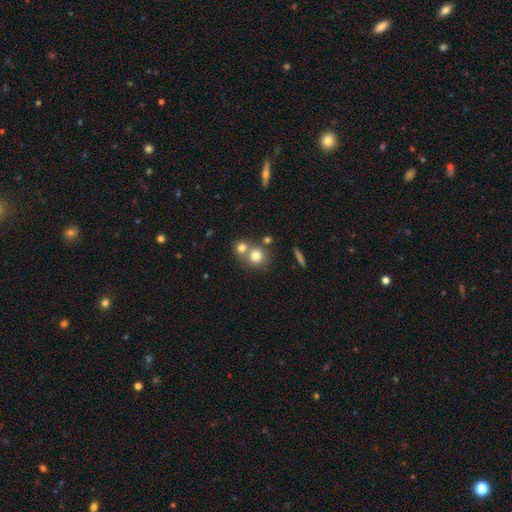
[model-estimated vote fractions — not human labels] Smooth or featured?
  - smooth: 75% *
  - featured or disk: 13%
  - star or artifact: 12%
How rounded?
  - round: 87% *
  - in between: 12%
  - cigar-shaped: 1%
Merging?
  - none: 48% *
  - merger: 43%
  - minor disturbance: 6%
  - major disturbance: 3%